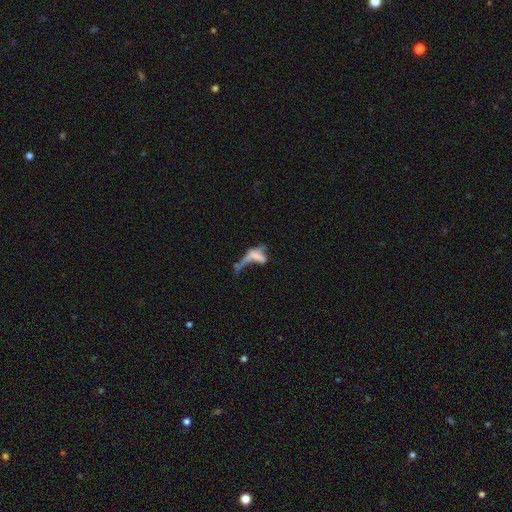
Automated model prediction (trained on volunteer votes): smooth_or_featured: featured or disk (p=0.46) [alt: smooth p=0.40]
merging: major disturbance (p=0.48) [alt: merger p=0.28]